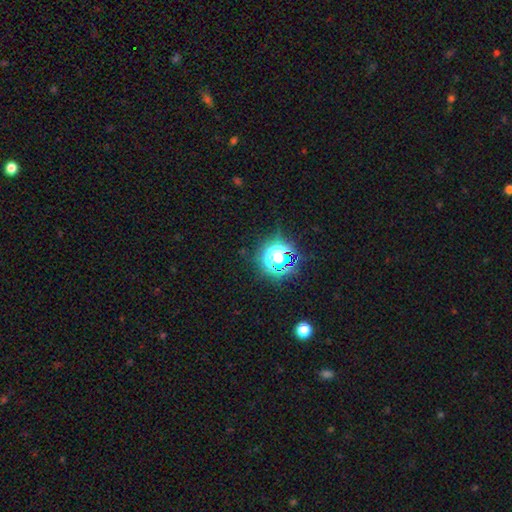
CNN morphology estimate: This is likely a star or artifact rather than a galaxy (79%).